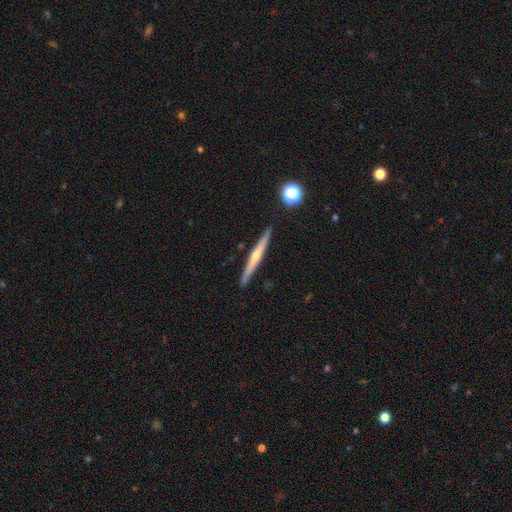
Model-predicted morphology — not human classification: smooth_or_featured: featured or disk (p=0.66) [alt: smooth p=0.28]
disk_edge_on: yes (p=0.97) [alt: no p=0.03]
edge_on_bulge: rounded (p=0.68) [alt: none p=0.26]
merging: none (p=0.90) [alt: minor disturbance p=0.07]